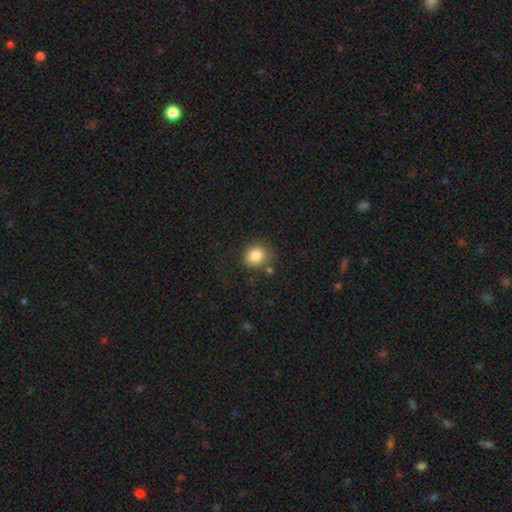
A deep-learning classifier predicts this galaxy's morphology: smooth-or-featured: smooth: 84% | star or artifact: 10% | featured or disk: 6%
  how-rounded: round: 80% | in between: 19% | cigar-shaped: 1%
  merging: none: 76% | minor disturbance: 13% | merger: 6% | major disturbance: 4%